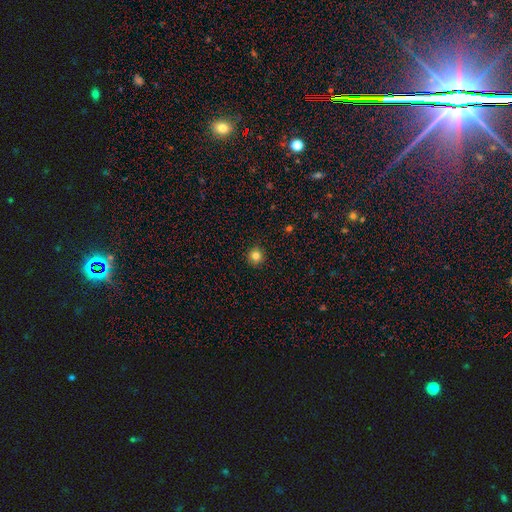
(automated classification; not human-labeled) Morphology: type=smooth (82%); roundness=round (94%); merging=none (92%).